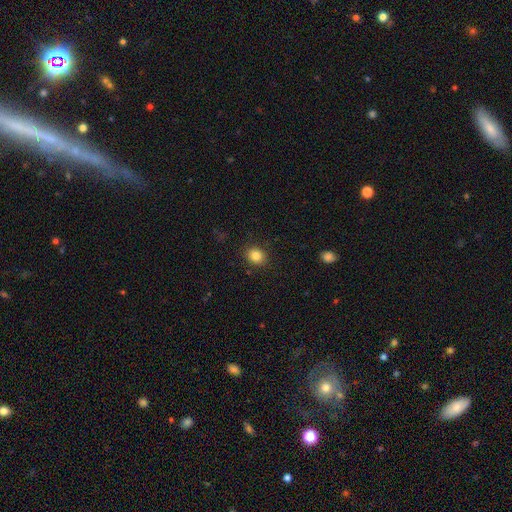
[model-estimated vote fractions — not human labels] Overall: smooth (85%). How rounded: round (56%; in between 43%). Merging: none (89%).